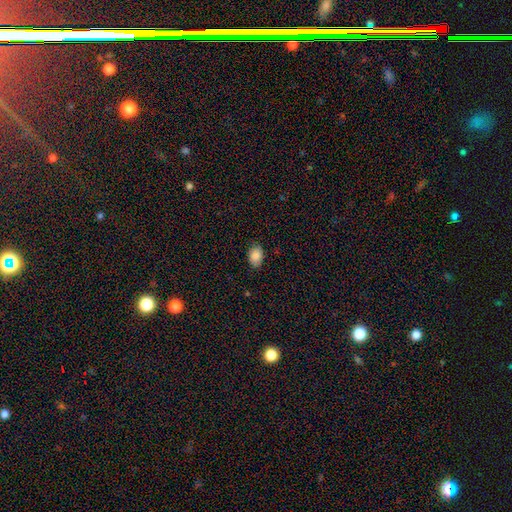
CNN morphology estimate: smooth-or-featured: smooth: 88% | star or artifact: 8% | featured or disk: 5%
  how-rounded: in between: 86% | round: 13% | cigar-shaped: 1%
  merging: none: 83% | minor disturbance: 13% | major disturbance: 2% | merger: 1%